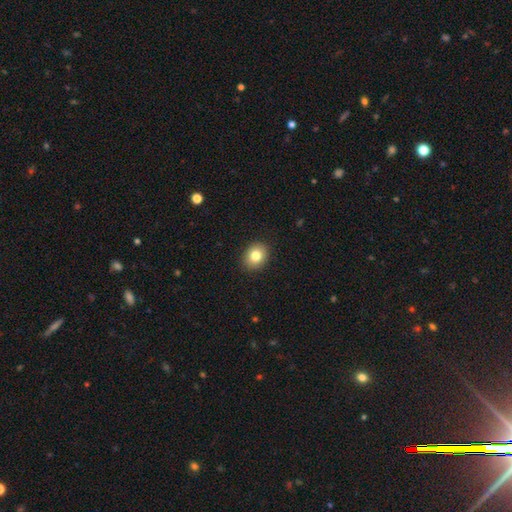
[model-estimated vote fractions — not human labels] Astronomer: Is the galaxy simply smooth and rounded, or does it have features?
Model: smooth — 81%.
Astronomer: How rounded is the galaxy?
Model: round — 57% (runner-up: in between, 42%).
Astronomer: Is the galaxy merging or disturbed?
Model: none — 90%.